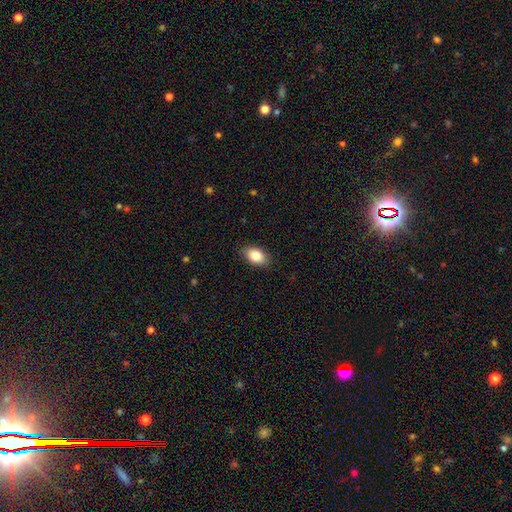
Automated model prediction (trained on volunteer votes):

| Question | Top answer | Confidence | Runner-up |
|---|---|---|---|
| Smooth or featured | smooth | 85% | featured or disk (8%) |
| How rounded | in between | 89% | round (10%) |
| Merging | none | 87% | minor disturbance (10%) |